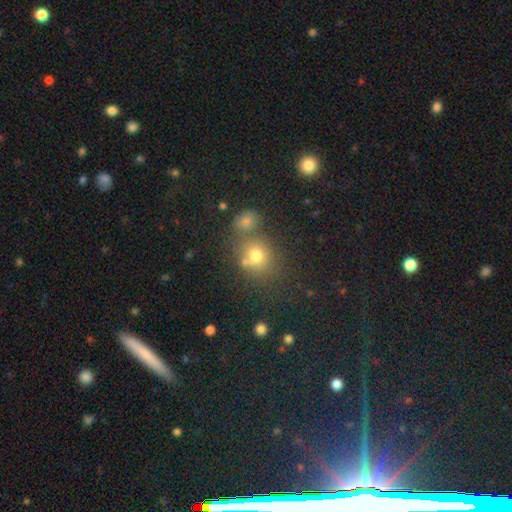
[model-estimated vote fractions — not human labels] Smooth or featured? Predicted: smooth (p=0.68). How rounded? Predicted: round (p=0.78). Merging? Predicted: none (p=0.58).